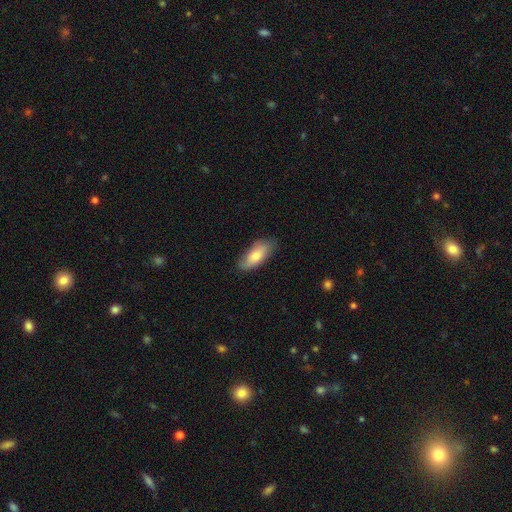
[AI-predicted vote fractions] This appears to be a smooth galaxy with no disk features (76%) that is in between round and cigar-shaped (83%). Merging: none (75%).